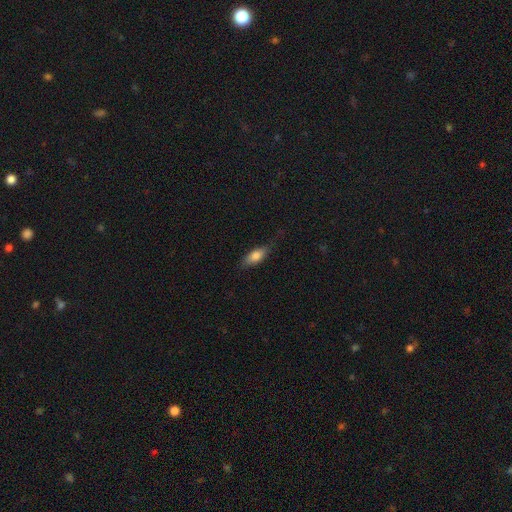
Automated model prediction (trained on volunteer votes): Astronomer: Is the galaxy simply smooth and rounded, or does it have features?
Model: smooth — 75%.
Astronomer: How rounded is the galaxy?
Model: in between — 72%.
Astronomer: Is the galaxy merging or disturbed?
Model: none — 72%.